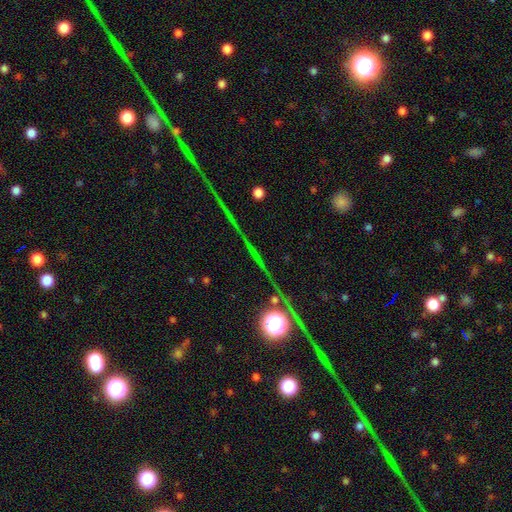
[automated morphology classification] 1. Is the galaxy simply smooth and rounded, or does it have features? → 70% star or artifact, 18% featured or disk, 12% smooth.